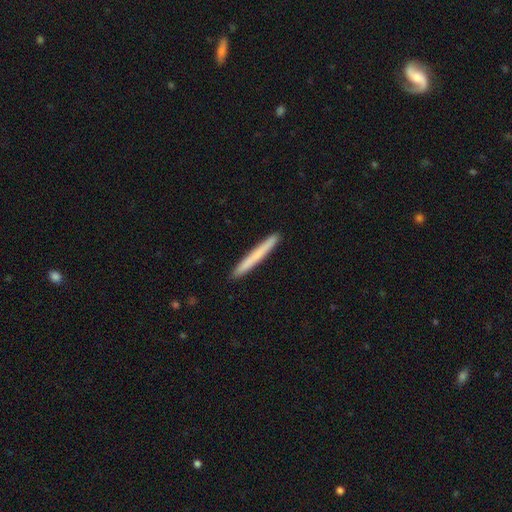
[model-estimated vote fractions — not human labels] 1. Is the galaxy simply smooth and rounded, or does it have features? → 70% smooth, 24% featured or disk, 6% star or artifact.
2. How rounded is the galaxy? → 97% cigar-shaped, 2% in between, 1% round.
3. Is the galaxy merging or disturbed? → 93% none, 5% minor disturbance, 1% major disturbance, 1% merger.